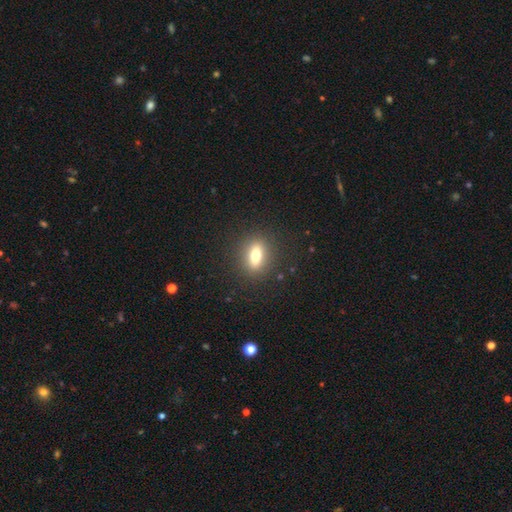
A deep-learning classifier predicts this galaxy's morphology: Smooth or featured? Predicted: smooth (p=0.66). How rounded? Predicted: in between (p=0.66). Merging? Predicted: none (p=0.88).